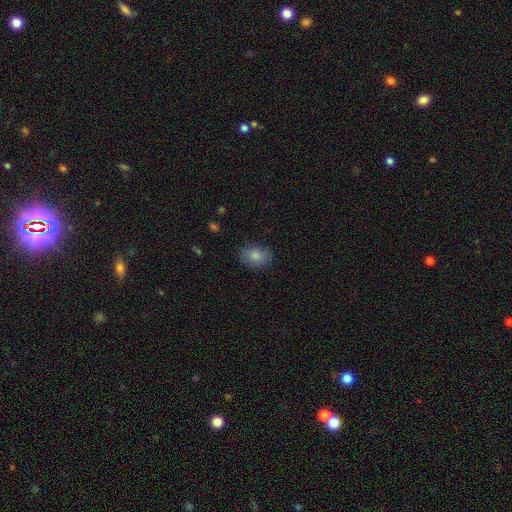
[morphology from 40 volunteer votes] smooth_or_featured: smooth (p=0.80) [alt: star or artifact p=0.12]
how_rounded: in between (p=0.78) [alt: round p=0.19]
merging: none (p=0.66) [alt: minor disturbance p=0.34]